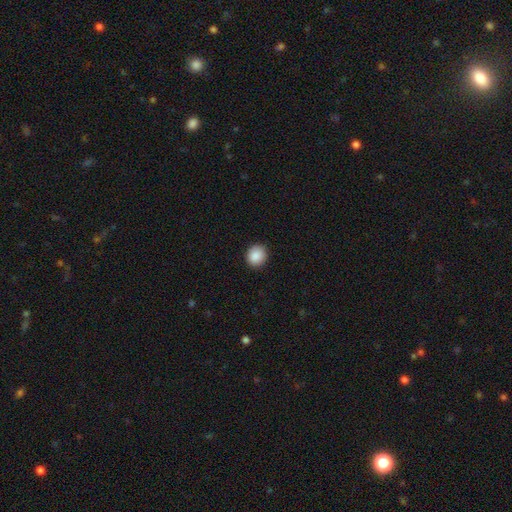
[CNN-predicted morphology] A smooth galaxy with no disk features (89%) that is round (81%). Merging: none (89%).